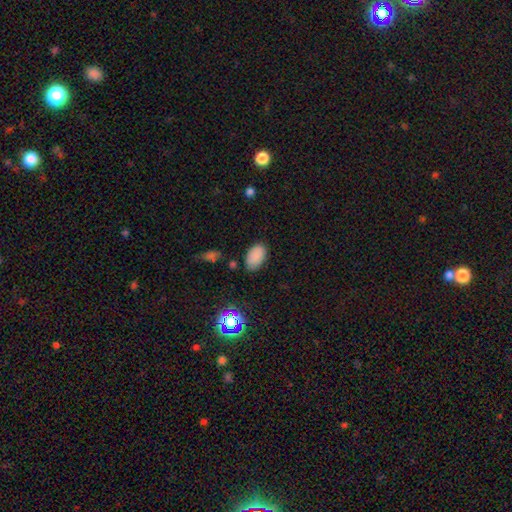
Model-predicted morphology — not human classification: Smooth or featured?
  - smooth: 84% *
  - star or artifact: 11%
  - featured or disk: 5%
How rounded?
  - in between: 93% *
  - round: 6%
  - cigar-shaped: 1%
Merging?
  - none: 81% *
  - minor disturbance: 14%
  - major disturbance: 3%
  - merger: 2%